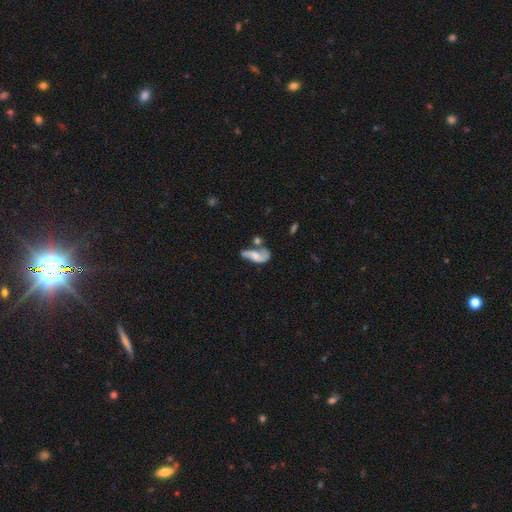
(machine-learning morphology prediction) Smooth or featured? Predicted: featured or disk (p=0.54). Edge-on disk? Predicted: no (p=0.92). Merging? Predicted: merger (p=0.32).